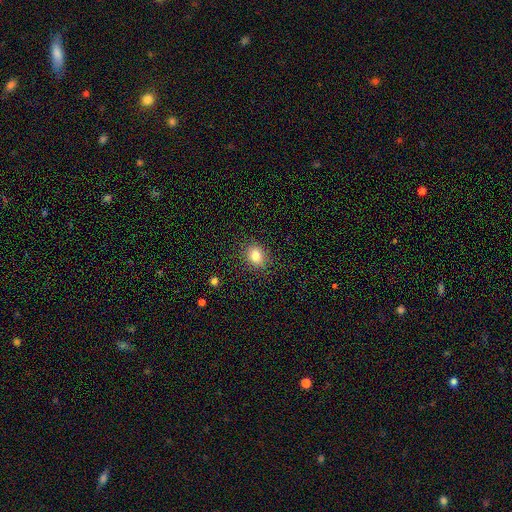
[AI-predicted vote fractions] This is clearly a smooth galaxy (82%). How rounded: possibly round (56%). Merging: clearly none (86%).